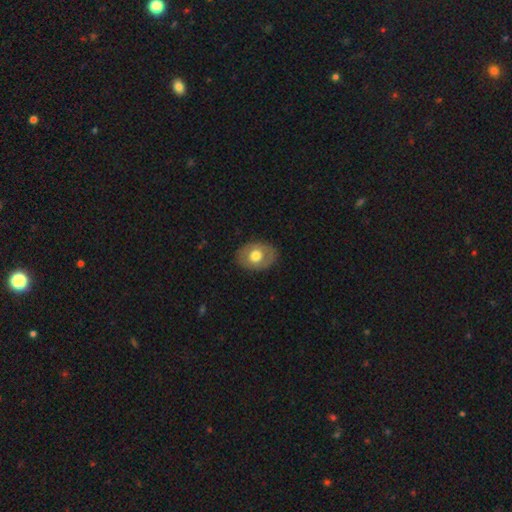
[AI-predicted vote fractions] Morphology: type=smooth (63%); roundness=in between (69%); merging=none (84%).